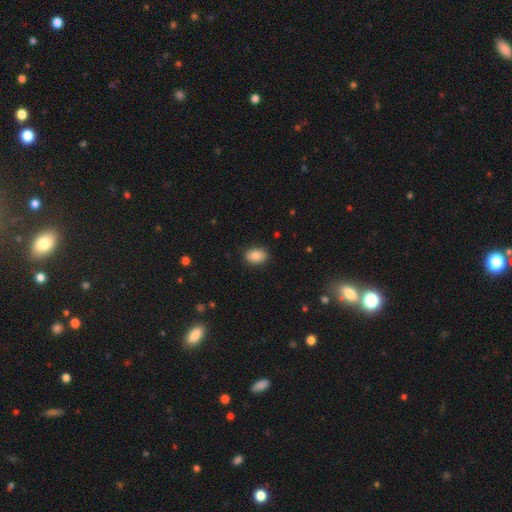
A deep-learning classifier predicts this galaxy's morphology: This is clearly a smooth galaxy (84%). How rounded: likely in between (79%). Merging: clearly none (86%).